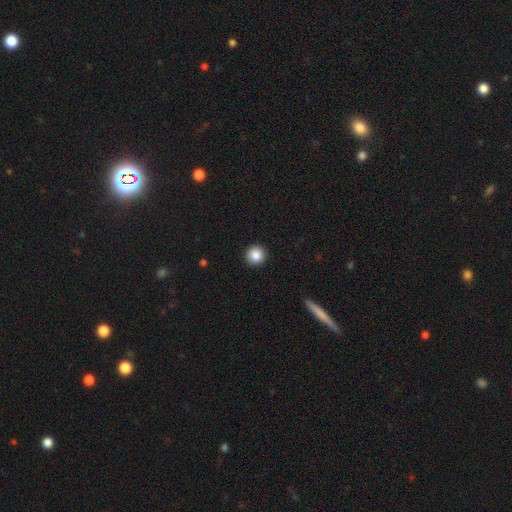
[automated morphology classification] The model was most divided on "smooth or featured": smooth: 87%, star or artifact: 9%, featured or disk: 4%. More confident: how rounded — round (95%); merging — none (93%).